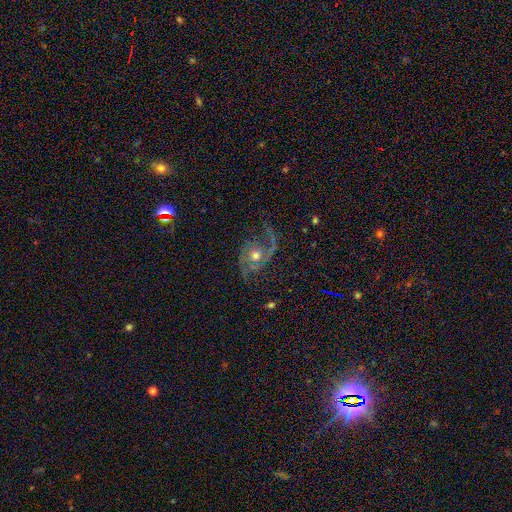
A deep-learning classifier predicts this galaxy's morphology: Smooth or featured?
  - featured or disk: 85% *
  - smooth: 8%
  - star or artifact: 7%
Edge-on disk?
  - no: 97% *
  - yes: 3%
Bar?
  - no: 74% *
  - weak: 21%
  - strong: 6%
Spiral arms?
  - yes: 95% *
  - no: 5%
Spiral winding?
  - medium: 43% *
  - loose: 42%
  - tight: 15%
Spiral arm count?
  - 2: 75% *
  - 1: 7%
  - can't tell: 7%
  - 3: 7%
  - 4: 3%
  - more than 4: 3%
Bulge size?
  - moderate: 71% *
  - small: 21%
  - large: 6%
  - none: 1%
  - dominant: 1%
Merging?
  - none: 59% *
  - minor disturbance: 20%
  - major disturbance: 19%
  - merger: 2%